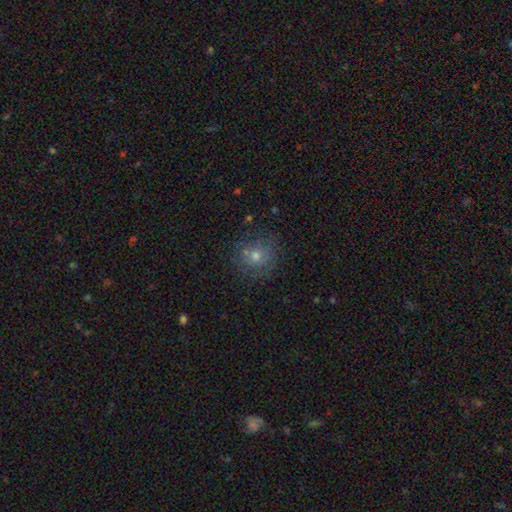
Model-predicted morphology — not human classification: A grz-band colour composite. It shows a smooth galaxy with no disk features (57%) that is round (87%). Merging: none (76%).